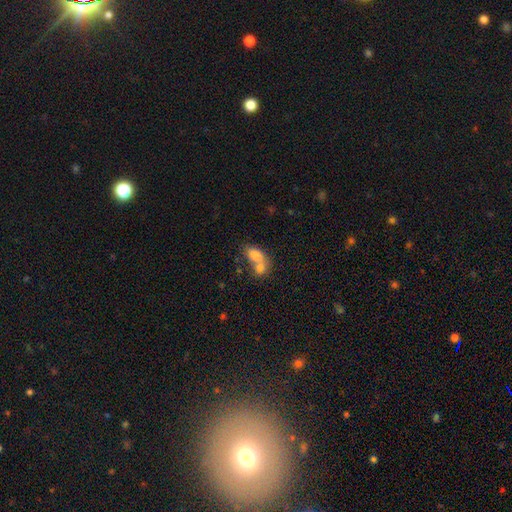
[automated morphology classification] type=smooth (76%); roundness=in between (79%); merging=merger (66%).